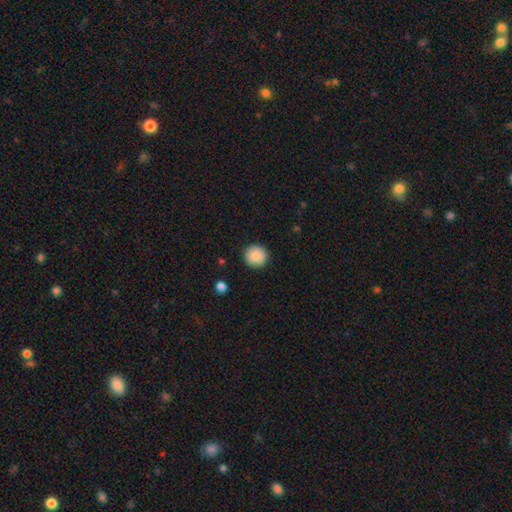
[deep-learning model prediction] smooth-or-featured: smooth: 88% | star or artifact: 8% | featured or disk: 4%
  how-rounded: round: 94% | in between: 5% | cigar-shaped: 1%
  merging: none: 92% | minor disturbance: 5% | major disturbance: 2% | merger: 1%